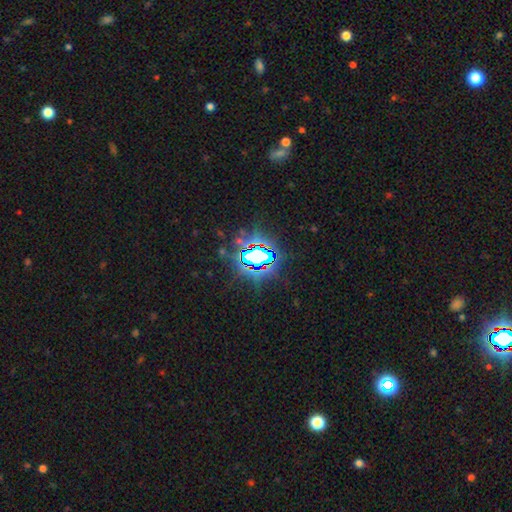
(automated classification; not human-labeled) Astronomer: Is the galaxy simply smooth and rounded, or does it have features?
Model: star or artifact — 76%.